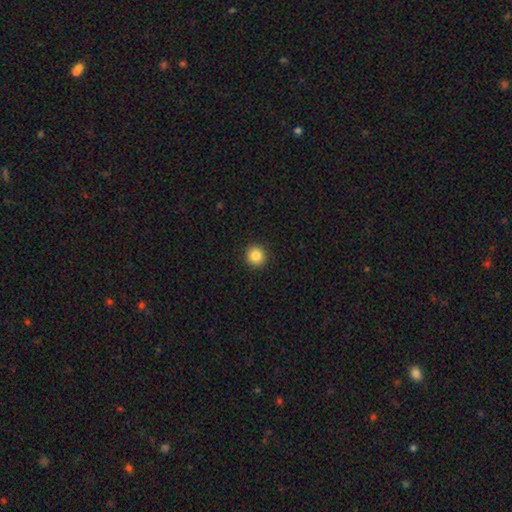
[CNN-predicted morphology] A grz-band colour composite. It shows a smooth galaxy with no disk features (85%) that is round (94%). Merging: none (93%).